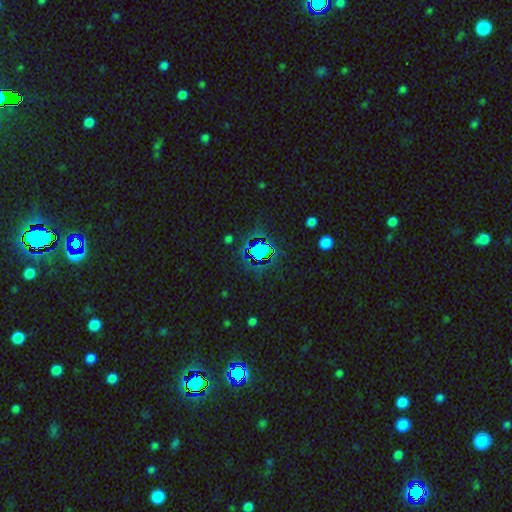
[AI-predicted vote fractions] Smooth or featured? star or artifact (70%)